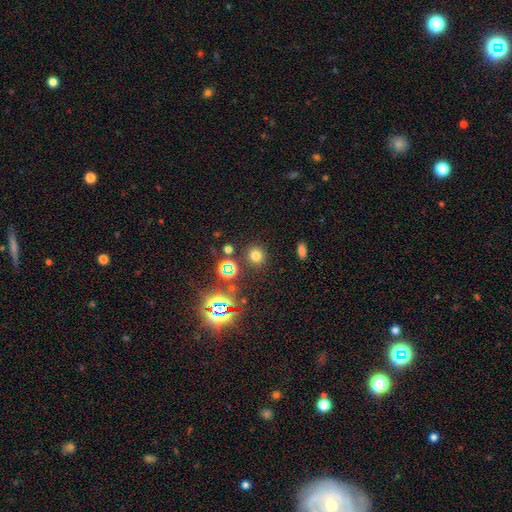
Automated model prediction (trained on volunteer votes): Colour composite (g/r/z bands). It shows a smooth galaxy with no disk features (68%) that is round (84%). Merging: none (85%).